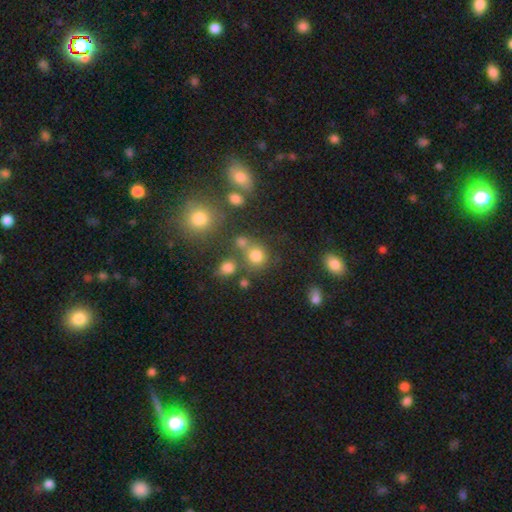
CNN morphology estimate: Smooth or featured?
  - smooth: 74% *
  - star or artifact: 17%
  - featured or disk: 8%
How rounded?
  - round: 82% *
  - in between: 17%
  - cigar-shaped: 1%
Merging?
  - none: 62% *
  - merger: 20%
  - minor disturbance: 12%
  - major disturbance: 6%